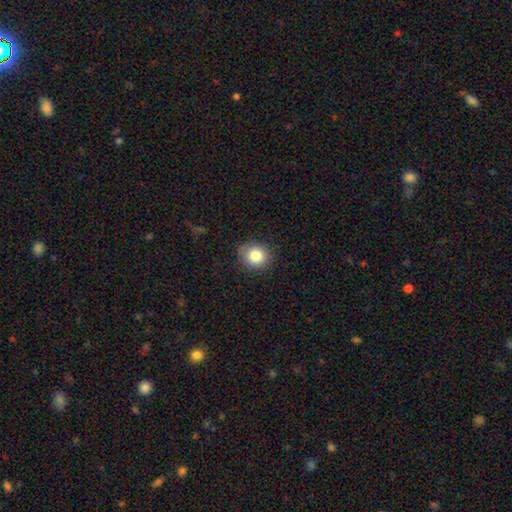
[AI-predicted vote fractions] Morphology: type=smooth (83%); roundness=round (77%); merging=none (82%).